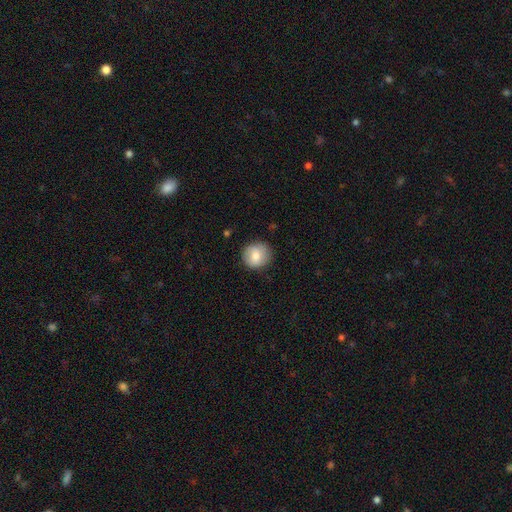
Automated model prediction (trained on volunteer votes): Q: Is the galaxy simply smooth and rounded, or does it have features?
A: smooth — 77%.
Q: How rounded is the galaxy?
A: round — 89%.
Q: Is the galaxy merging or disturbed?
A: none — 84%.